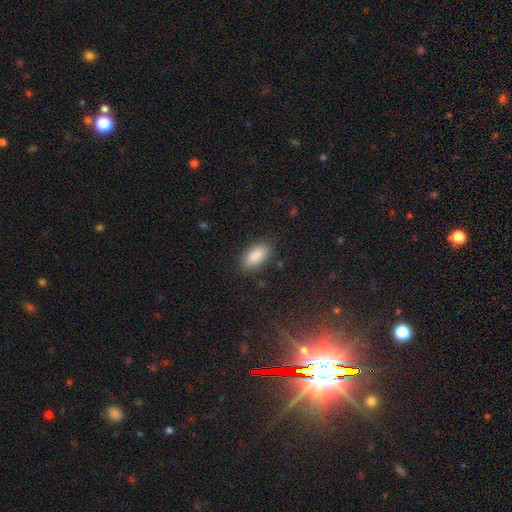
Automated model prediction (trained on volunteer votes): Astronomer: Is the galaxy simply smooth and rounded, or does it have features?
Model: smooth — 89%.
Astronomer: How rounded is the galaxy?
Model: in between — 92%.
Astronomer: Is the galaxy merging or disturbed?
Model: none — 84%.